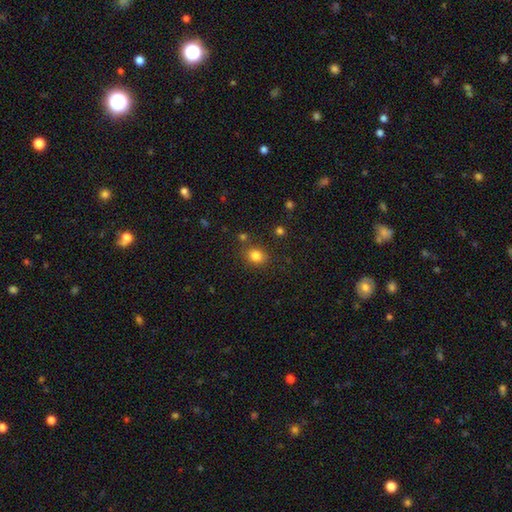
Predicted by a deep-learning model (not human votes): smooth 82%, star or artifact 12%, featured or disk 6%. Down the decision tree: how rounded — round (61%); merging — none (79%).